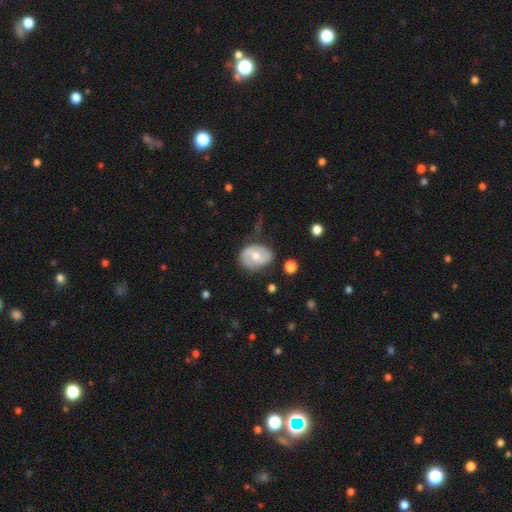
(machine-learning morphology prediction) This appears to be a featured or disk galaxy (58%) with no bar (48%), spiral arms (68%) and a moderate central bulge (73%). Merging: none (69%).